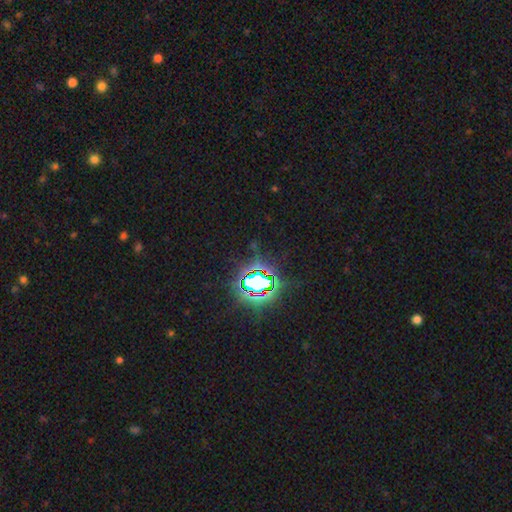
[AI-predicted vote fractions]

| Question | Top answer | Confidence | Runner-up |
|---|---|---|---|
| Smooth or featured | star or artifact | 81% | smooth (11%) |